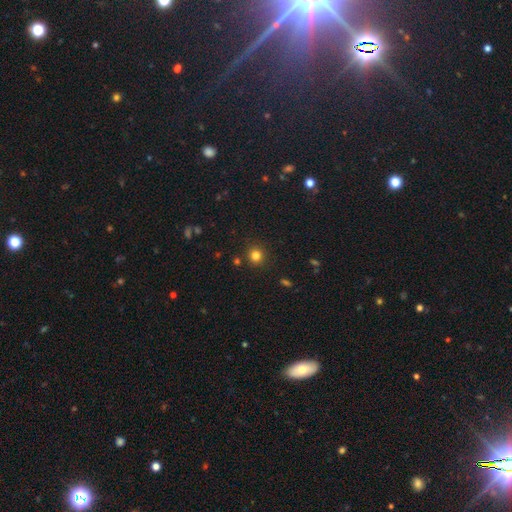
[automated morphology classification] smooth_or_featured: smooth (p=0.81) [alt: star or artifact p=0.14]
how_rounded: round (p=0.91) [alt: in between p=0.08]
merging: none (p=0.89) [alt: minor disturbance p=0.07]